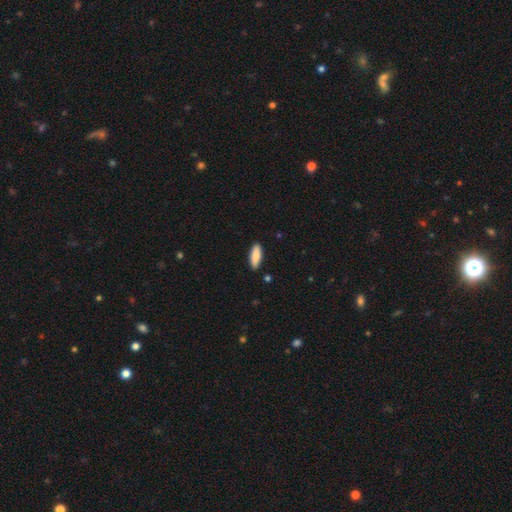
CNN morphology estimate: Smooth or featured: smooth — 85% (featured or disk — 9%)
How rounded: in between — 59% (cigar-shaped — 40%)
Merging: none — 88% (minor disturbance — 9%)